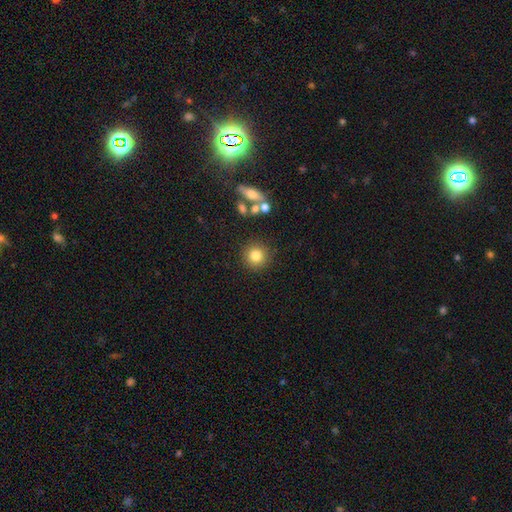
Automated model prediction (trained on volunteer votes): A smooth galaxy with no disk features (81%) that is round (93%).

Vote fractions:
- Smooth or featured? smooth: 81% / star or artifact: 11% / featured or disk: 8%
- How rounded? round: 93% / in between: 6% / cigar-shaped: 1%
- Merging? none: 84% / minor disturbance: 7% / merger: 5% / major disturbance: 3%